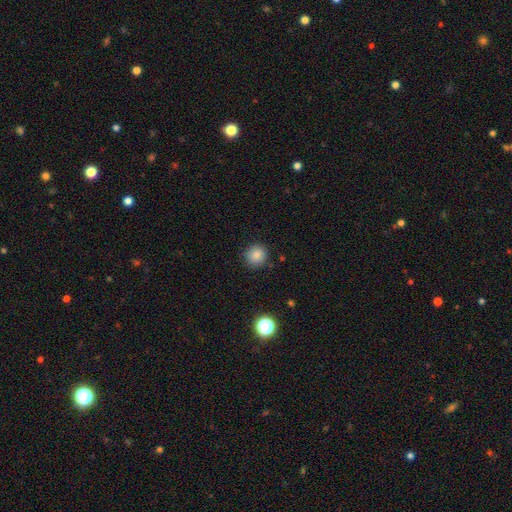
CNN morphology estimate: smooth 83%, star or artifact 11%, featured or disk 6%. Down the decision tree: how rounded — round (93%); merging — none (88%).